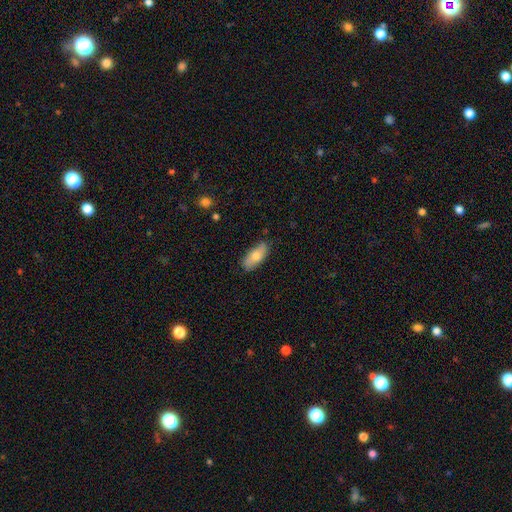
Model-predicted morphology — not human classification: This is likely a smooth galaxy (72%). How rounded: clearly in between (81%). Merging: clearly none (82%).